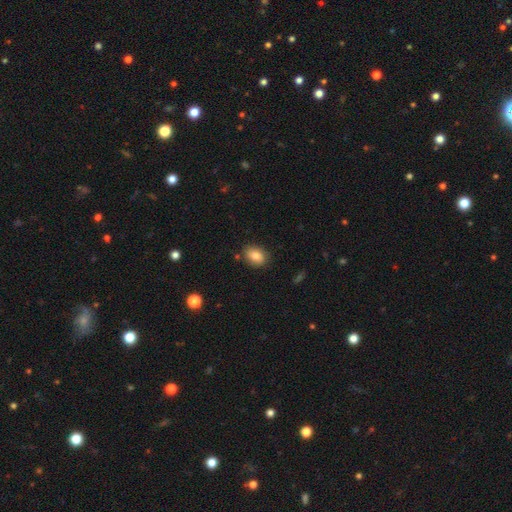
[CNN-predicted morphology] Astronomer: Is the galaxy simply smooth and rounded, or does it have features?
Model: smooth — 82%.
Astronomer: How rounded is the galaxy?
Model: in between — 71%.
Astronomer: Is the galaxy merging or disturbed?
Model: none — 83%.